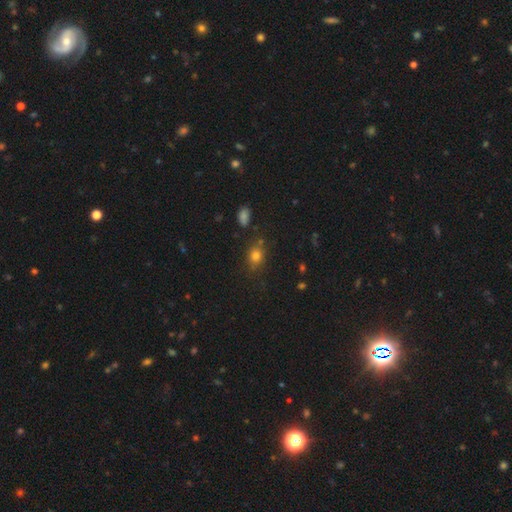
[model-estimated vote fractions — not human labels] smooth-or-featured: smooth: 77% | star or artifact: 16% | featured or disk: 8%
  how-rounded: round: 56% | in between: 42% | cigar-shaped: 2%
  merging: none: 74% | minor disturbance: 16% | merger: 5% | major disturbance: 5%